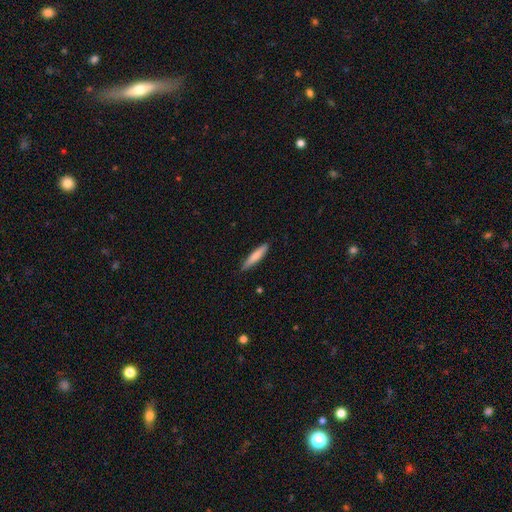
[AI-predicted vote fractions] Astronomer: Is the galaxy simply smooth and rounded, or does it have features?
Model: smooth — 78%.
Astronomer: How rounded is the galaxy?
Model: cigar-shaped — 87%.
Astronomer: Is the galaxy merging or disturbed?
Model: none — 87%.